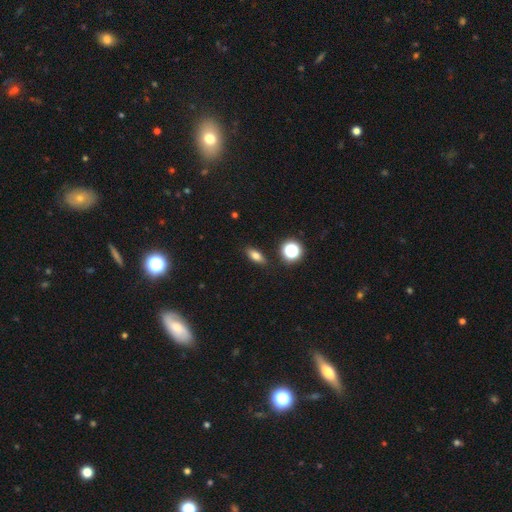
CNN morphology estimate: type=smooth (75%); roundness=in between (73%); merging=none (88%).